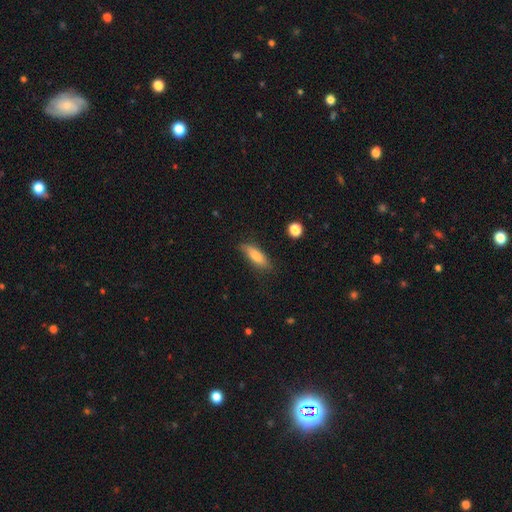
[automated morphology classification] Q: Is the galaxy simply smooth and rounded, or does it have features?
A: smooth — 77%.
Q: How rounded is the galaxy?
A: in between — 53%.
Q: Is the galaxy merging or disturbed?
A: none — 76%.